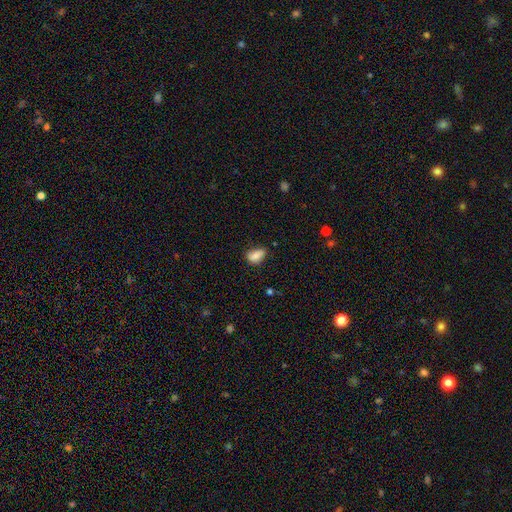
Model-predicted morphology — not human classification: Smooth or featured? smooth (78%)
How rounded? in between (84%)
Merging? none (56%)